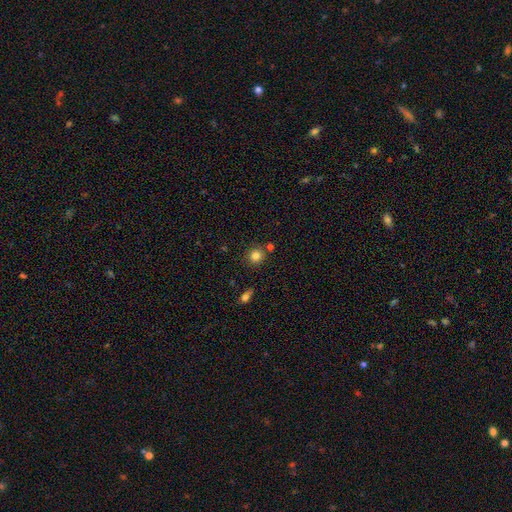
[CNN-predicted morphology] smooth-or-featured: smooth: 82% | star or artifact: 11% | featured or disk: 6%
  how-rounded: round: 90% | in between: 9% | cigar-shaped: 1%
  merging: none: 82% | minor disturbance: 9% | merger: 7% | major disturbance: 3%